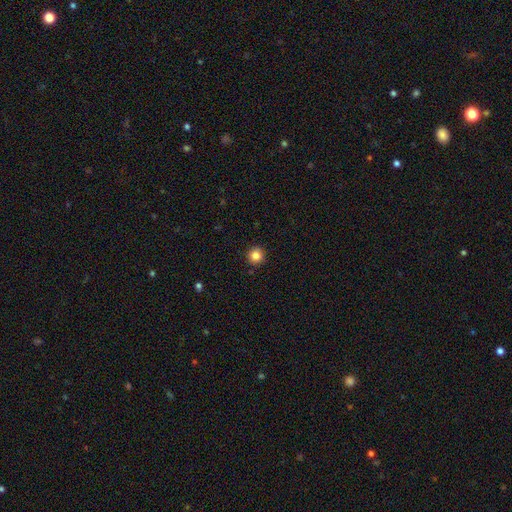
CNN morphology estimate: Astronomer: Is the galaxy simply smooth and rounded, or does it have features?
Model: smooth — 84%.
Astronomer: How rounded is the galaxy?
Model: round — 95%.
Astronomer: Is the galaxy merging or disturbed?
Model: none — 92%.